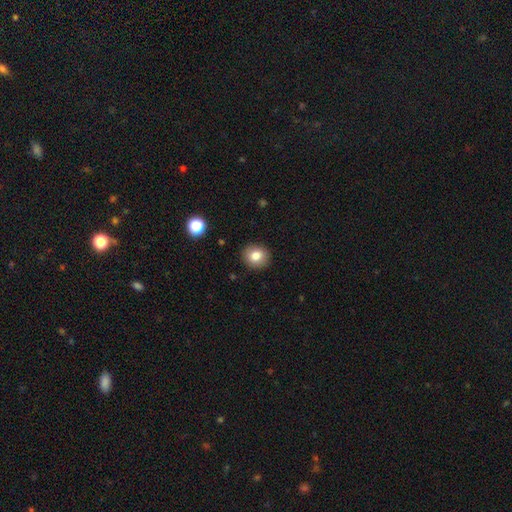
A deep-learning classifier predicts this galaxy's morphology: type=smooth (81%); roundness=round (80%); merging=none (90%).